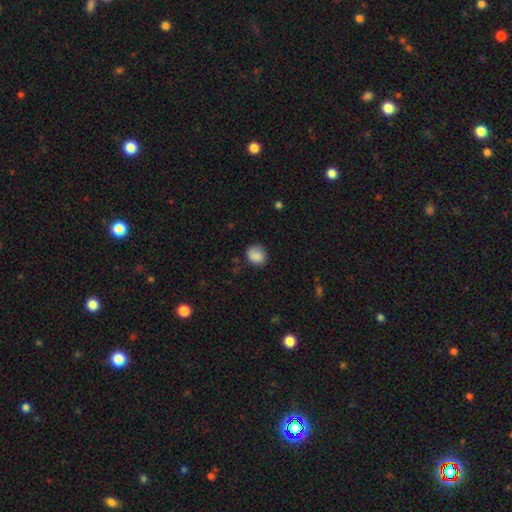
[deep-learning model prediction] This appears to be a smooth galaxy with no disk features (87%) that is round (68%). Merging: none (76%).